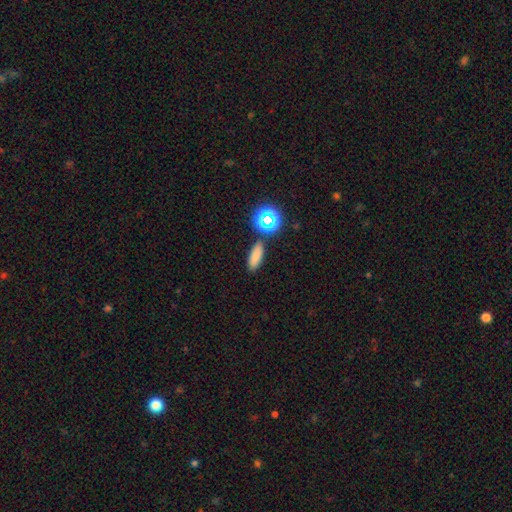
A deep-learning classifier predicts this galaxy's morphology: The model was most divided on "how rounded": in between: 62%, cigar-shaped: 31%, round: 7%. More confident: merging — none (85%); smooth or featured — smooth (77%).